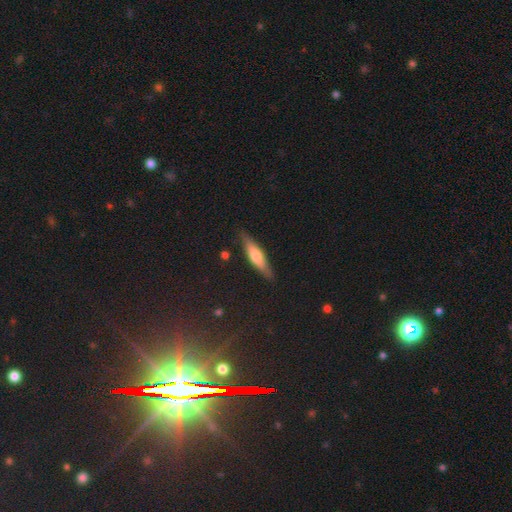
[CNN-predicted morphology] A smooth galaxy with no disk features (54%) that is cigar-shaped (74%).

Vote fractions:
- Smooth or featured? smooth: 54% / featured or disk: 40% / star or artifact: 7%
- How rounded? cigar-shaped: 74% / in between: 24% / round: 2%
- Merging? none: 85% / minor disturbance: 12% / major disturbance: 2% / merger: 1%